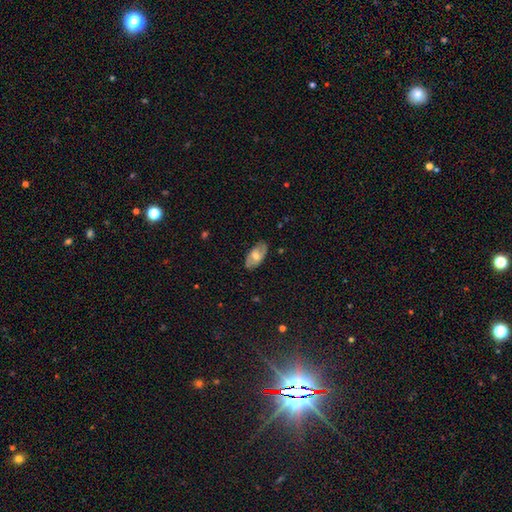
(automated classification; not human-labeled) smooth-or-featured: featured or disk: 48% | smooth: 46% | star or artifact: 7%
  merging: none: 80% | minor disturbance: 16% | major disturbance: 3% | merger: 1%